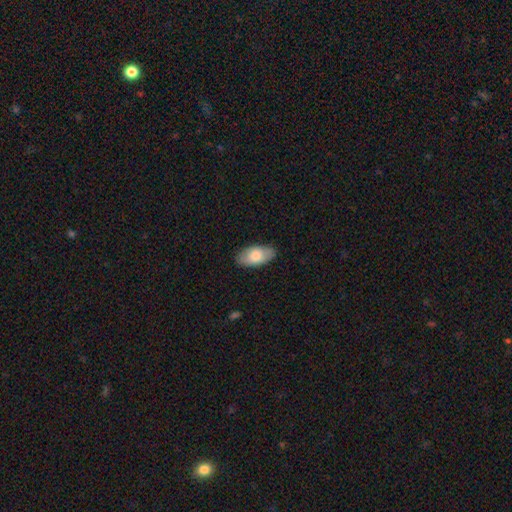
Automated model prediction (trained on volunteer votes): Smooth or featured? smooth (77%)
How rounded? in between (94%)
Merging? none (85%)